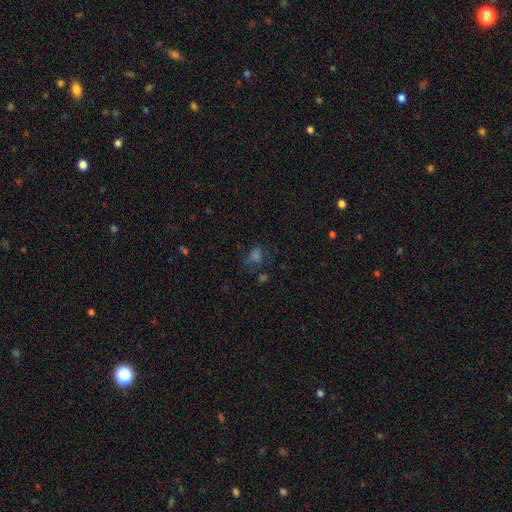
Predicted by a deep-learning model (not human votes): Smooth or featured: smooth — 44% (star or artifact — 36%)
Merging: none — 54% (minor disturbance — 20%)